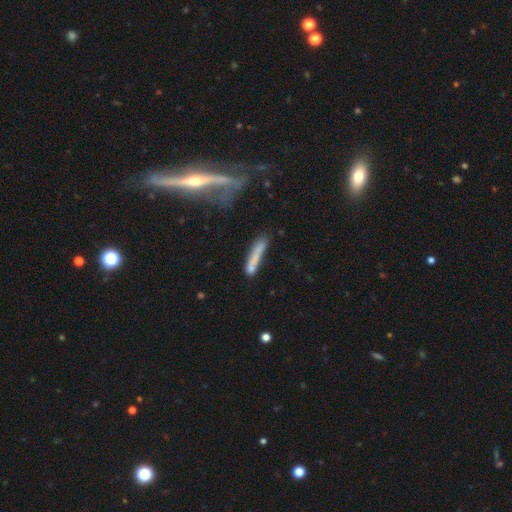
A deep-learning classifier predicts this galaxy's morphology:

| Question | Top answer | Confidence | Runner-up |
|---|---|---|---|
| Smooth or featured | smooth | 71% | featured or disk (21%) |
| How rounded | cigar-shaped | 91% | in between (7%) |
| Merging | none | 61% | minor disturbance (19%) |